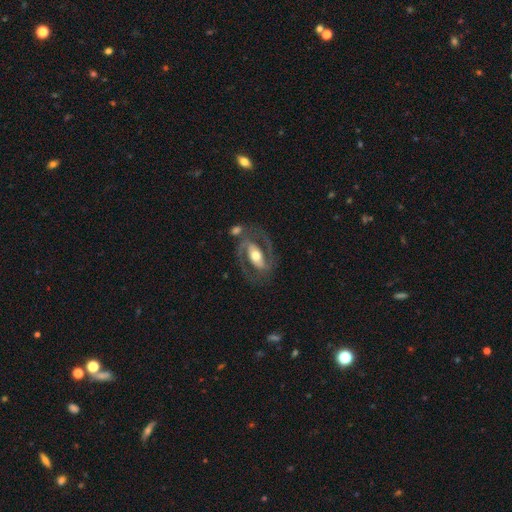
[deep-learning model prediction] A featured or disk galaxy (85%) with a strong bar (45%), 2 (90%) medium (56%) spiral arms (92%) and a moderate central bulge (66%). Merging: none (69%).